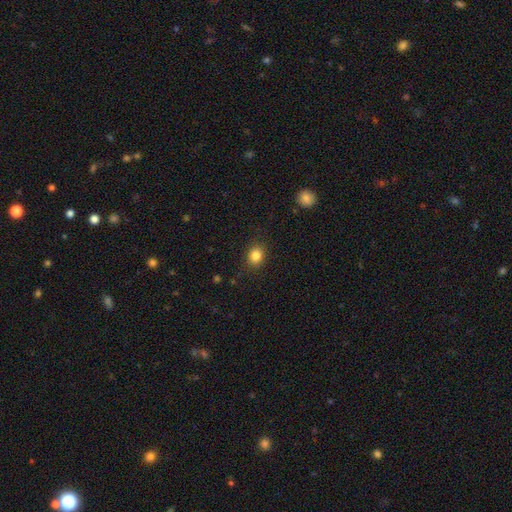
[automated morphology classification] type=smooth (84%); roundness=round (57%); merging=none (87%).